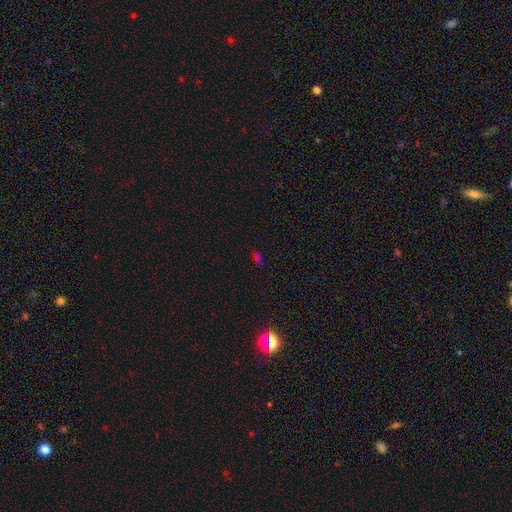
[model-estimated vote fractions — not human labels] smooth-or-featured: smooth: 47% | star or artifact: 44% | featured or disk: 9%
  merging: none: 77% | minor disturbance: 13% | major disturbance: 6% | merger: 5%